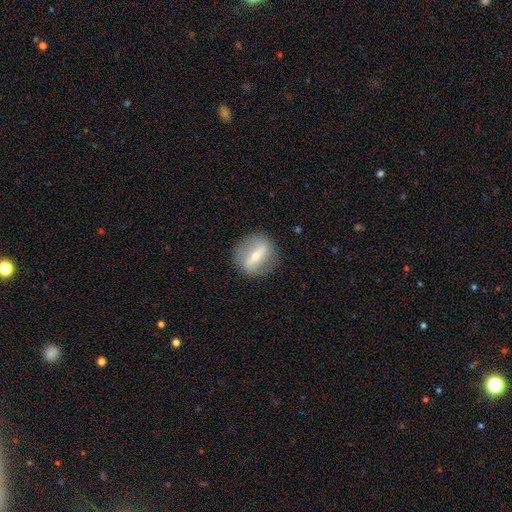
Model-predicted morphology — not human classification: This is likely a featured or disk galaxy (62%). It is likely not viewed edge-on (77%). Merging: clearly none (85%).